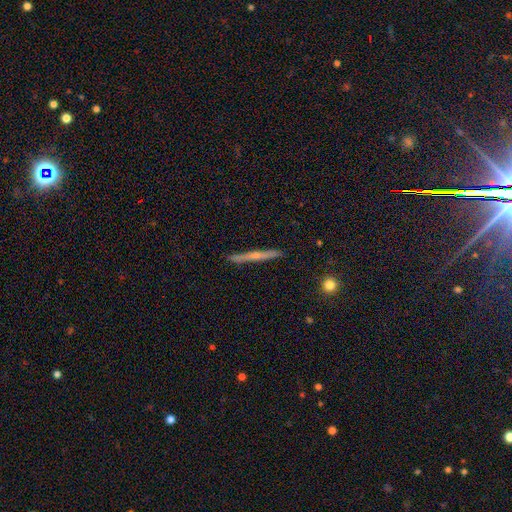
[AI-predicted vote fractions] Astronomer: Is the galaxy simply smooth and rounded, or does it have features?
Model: featured or disk — 63%.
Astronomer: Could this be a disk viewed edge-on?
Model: yes — 97%.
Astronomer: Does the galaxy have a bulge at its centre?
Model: rounded — 62%.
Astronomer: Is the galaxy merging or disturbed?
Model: none — 90%.